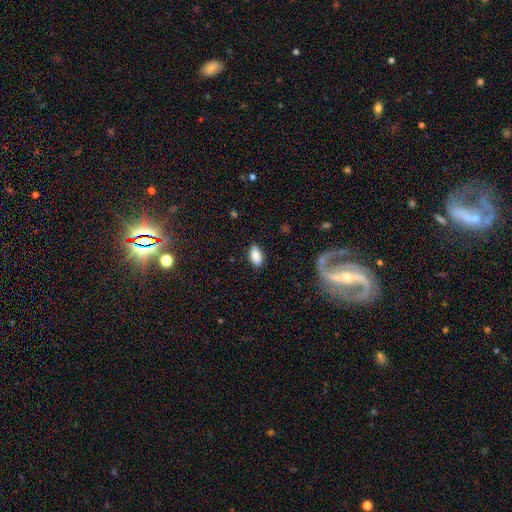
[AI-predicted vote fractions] smooth-or-featured: smooth: 86% | star or artifact: 7% | featured or disk: 6%
  how-rounded: in between: 93% | cigar-shaped: 4% | round: 3%
  merging: none: 86% | minor disturbance: 10% | major disturbance: 2% | merger: 1%